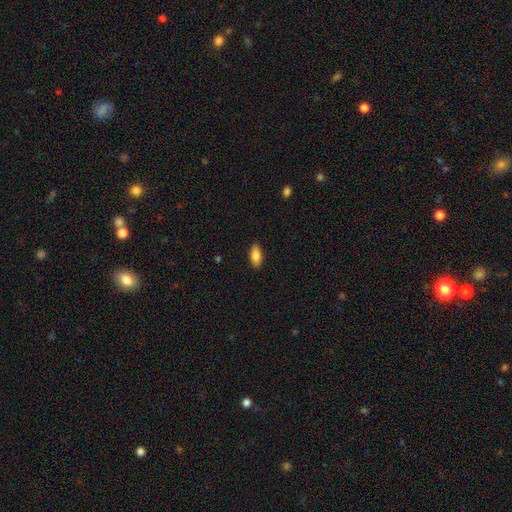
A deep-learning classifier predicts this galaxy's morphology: Smooth or featured? Predicted: smooth (p=0.85). How rounded? Predicted: in between (p=0.88). Merging? Predicted: none (p=0.89).